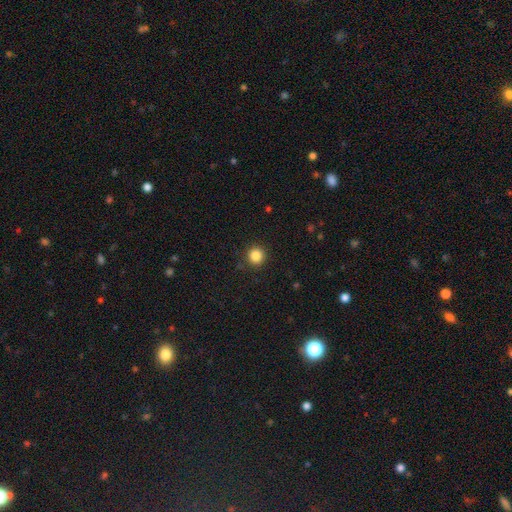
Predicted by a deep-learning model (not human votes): The model was most divided on "smooth or featured": smooth: 85%, star or artifact: 11%, featured or disk: 4%. More confident: how rounded — round (95%); merging — none (91%).